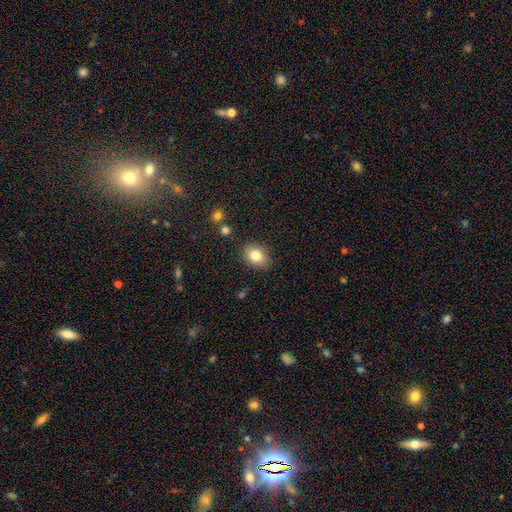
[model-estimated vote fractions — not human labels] Morphology: type=smooth (82%); roundness=in between (66%); merging=none (85%).